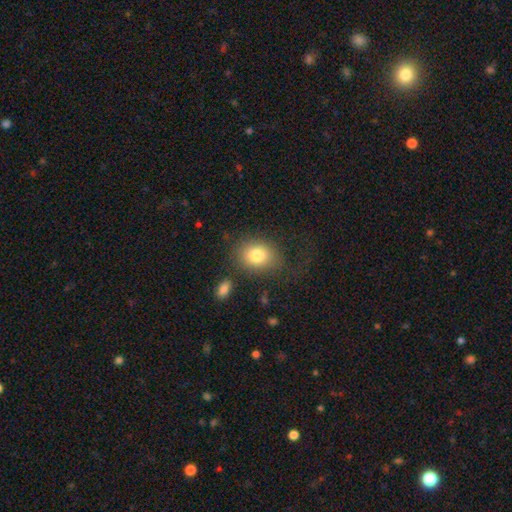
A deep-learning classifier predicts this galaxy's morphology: A smooth galaxy with no disk features (80%) that is in between round and cigar-shaped (54%). Merging: none (72%).